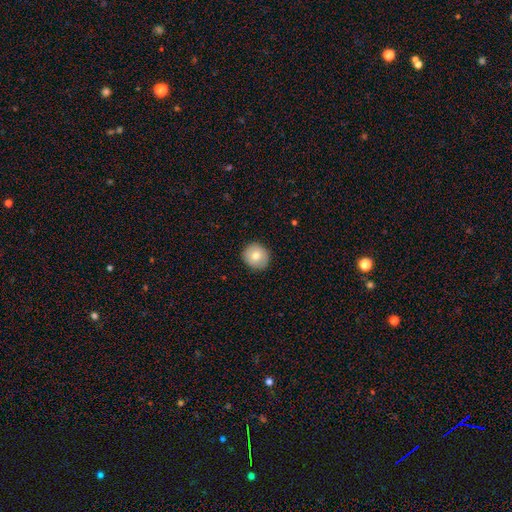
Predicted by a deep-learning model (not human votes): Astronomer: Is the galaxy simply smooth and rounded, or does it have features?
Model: smooth — 75%.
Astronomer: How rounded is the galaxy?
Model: round — 88%.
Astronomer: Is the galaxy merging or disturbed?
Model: none — 89%.